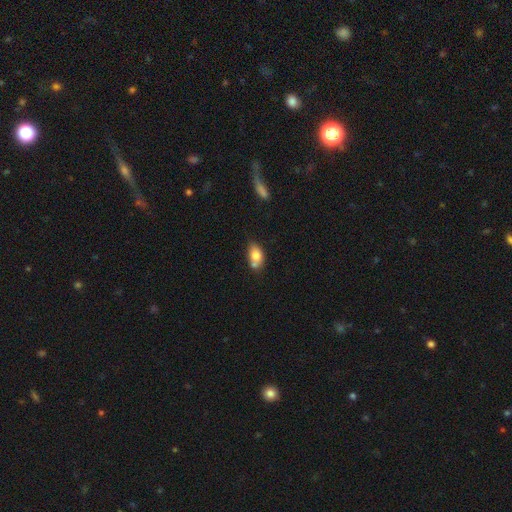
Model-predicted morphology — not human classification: smooth 76%, featured or disk 16%, star or artifact 8%. Down the decision tree: how rounded — in between (84%); merging — none (45%).